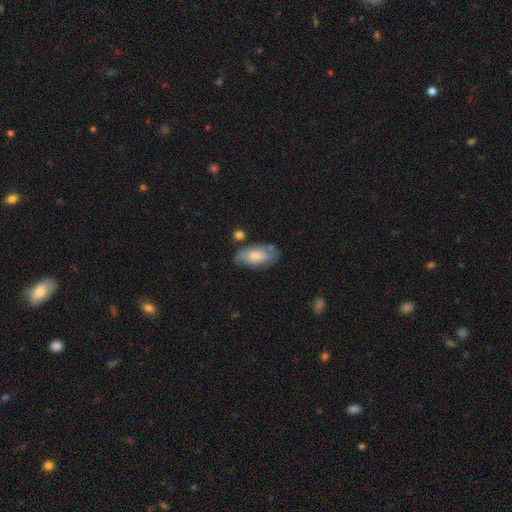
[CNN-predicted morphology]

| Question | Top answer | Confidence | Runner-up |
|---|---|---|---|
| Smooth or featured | smooth | 64% | featured or disk (30%) |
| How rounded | in between | 92% | cigar-shaped (5%) |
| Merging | none | 58% | minor disturbance (27%) |